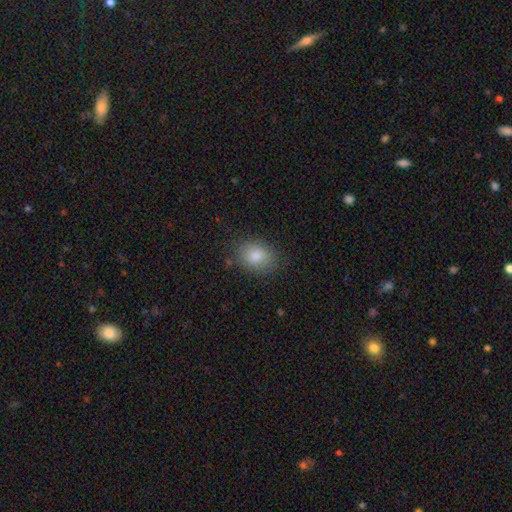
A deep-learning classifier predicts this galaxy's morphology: smooth 83%, star or artifact 9%, featured or disk 7%. Down the decision tree: how rounded — in between (60%); merging — none (82%).